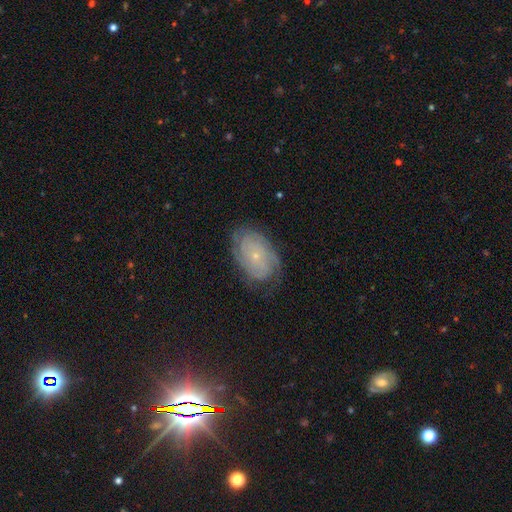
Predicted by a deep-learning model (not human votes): A featured or disk galaxy (73%) with no bar (82%), tight (72%) spiral arms (91%) and a small central bulge (84%). Merging: none (73%).